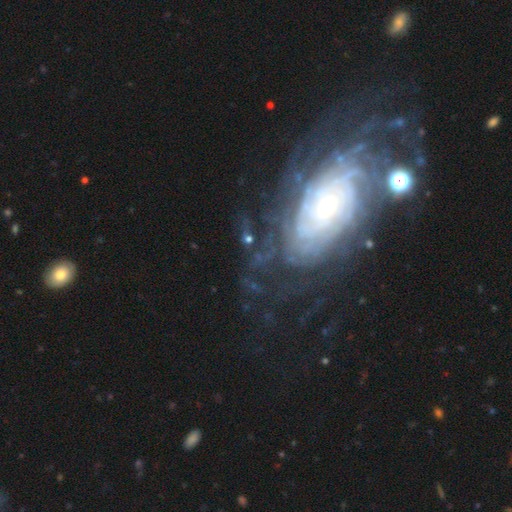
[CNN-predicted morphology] Smooth or featured? featured or disk (82%)
Edge-on disk? no (93%)
Bar? no (75%)
Spiral arms? yes (91%)
Spiral winding? tight (76%)
Spiral arm count? can't tell (48%)
Bulge size? small (67%)
Merging? none (68%)